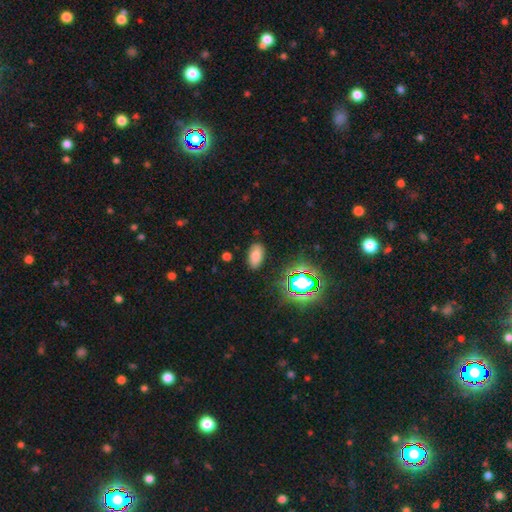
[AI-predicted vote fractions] The model was most divided on "smooth or featured": smooth: 75%, star or artifact: 18%, featured or disk: 7%. More confident: how rounded — in between (92%); merging — none (85%).